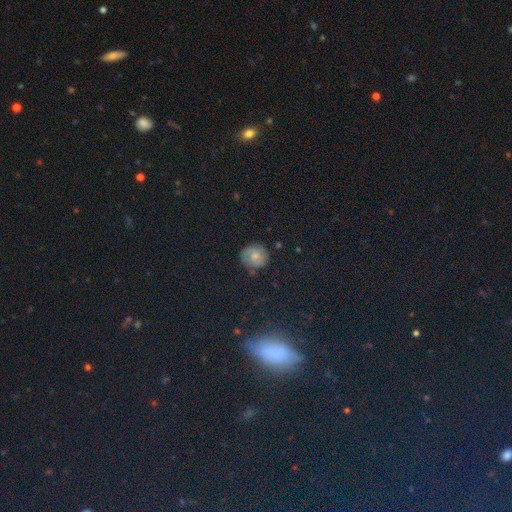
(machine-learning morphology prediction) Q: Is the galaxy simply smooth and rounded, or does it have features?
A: smooth — 62%.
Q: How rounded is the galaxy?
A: round — 87%.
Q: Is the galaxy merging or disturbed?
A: none — 78%.